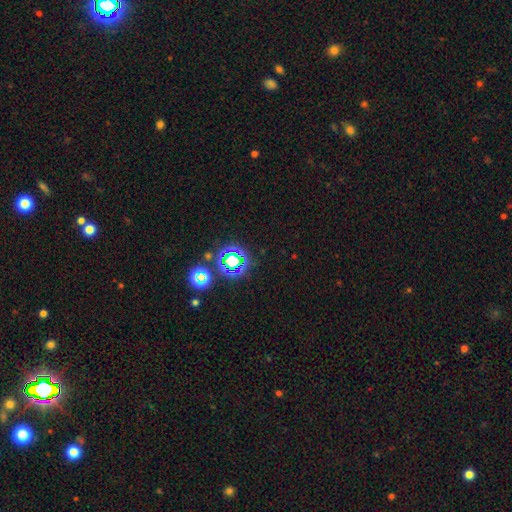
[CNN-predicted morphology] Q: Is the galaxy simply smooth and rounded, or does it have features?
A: star or artifact — 74%.